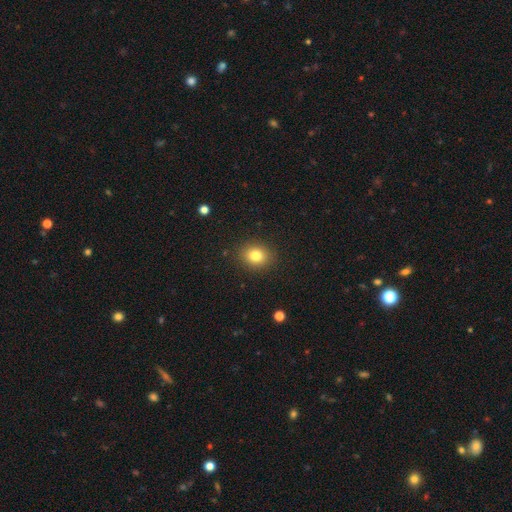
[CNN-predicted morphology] Overall: smooth (81%). How rounded: round (63%; in between 36%). Merging: none (89%).